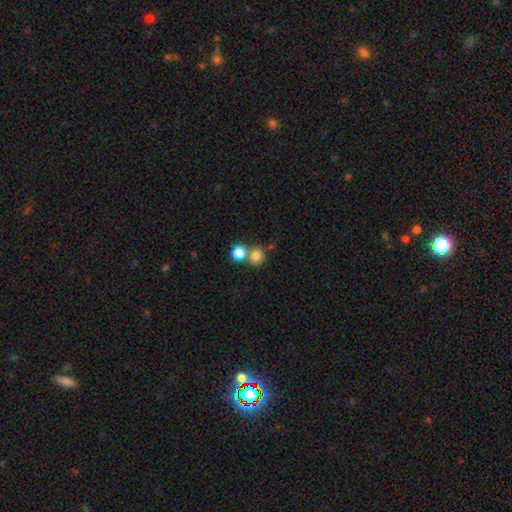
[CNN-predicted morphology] This is clearly a smooth galaxy (81%). How rounded: clearly round (85%). Merging: possibly none (54%).